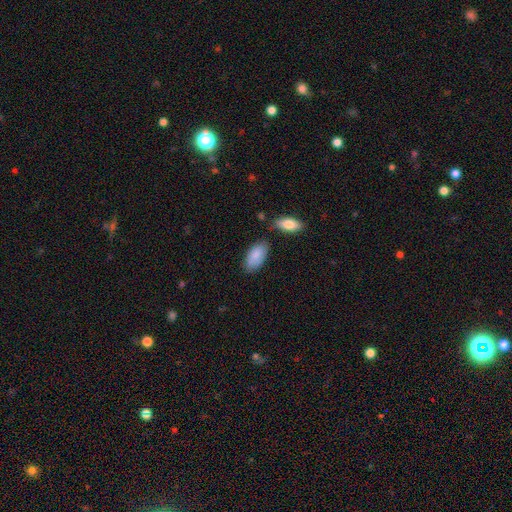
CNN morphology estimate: Q: Smooth or featured?
A: smooth (85%); runner-up: featured or disk (10%)
Q: How rounded?
A: in between (94%); runner-up: cigar-shaped (4%)
Q: Merging?
A: none (68%); runner-up: minor disturbance (21%)